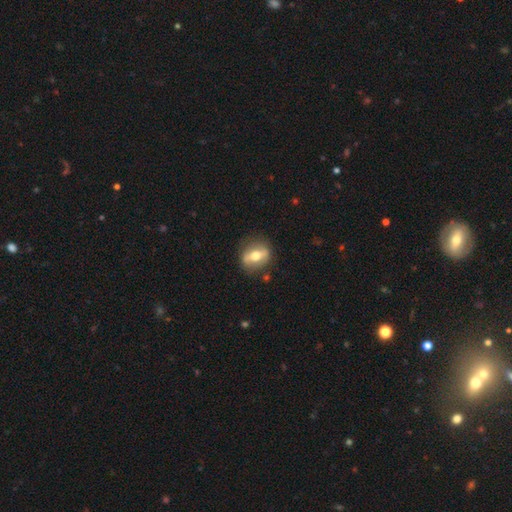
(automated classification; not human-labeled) smooth_or_featured: featured or disk (p=0.53) [alt: smooth p=0.40]
disk_edge_on: no (p=0.66) [alt: yes p=0.34]
merging: none (p=0.82) [alt: minor disturbance p=0.13]